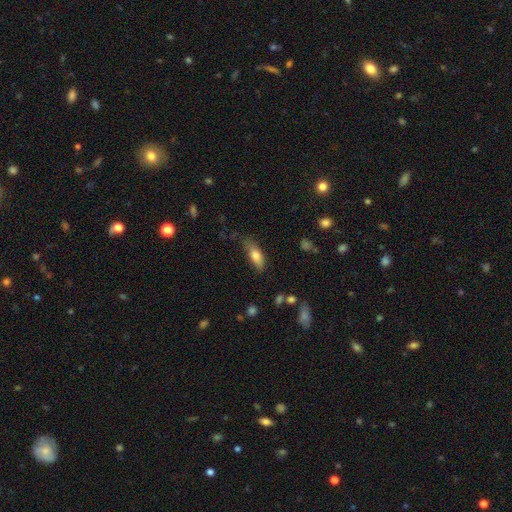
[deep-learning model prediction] A smooth galaxy with no disk features (77%) that is in between round and cigar-shaped (70%).

Vote fractions:
- Smooth or featured? smooth: 77% / featured or disk: 16% / star or artifact: 7%
- How rounded? in between: 70% / cigar-shaped: 28% / round: 3%
- Merging? none: 63% / minor disturbance: 27% / major disturbance: 8% / merger: 2%